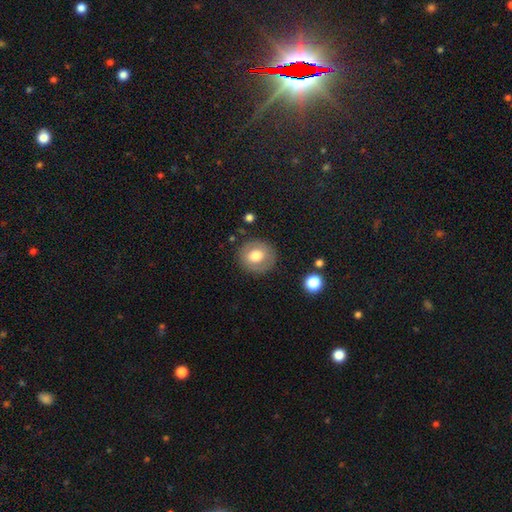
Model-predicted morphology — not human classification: smooth-or-featured: smooth: 69% | featured or disk: 23% | star or artifact: 8%
  how-rounded: round: 85% | in between: 14% | cigar-shaped: 1%
  merging: none: 85% | minor disturbance: 10% | major disturbance: 3% | merger: 2%